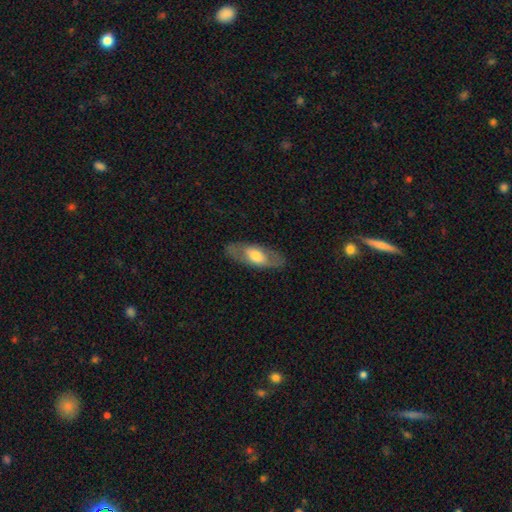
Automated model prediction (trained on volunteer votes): Smooth or featured? Predicted: smooth (p=0.48). Merging? Predicted: none (p=0.82).